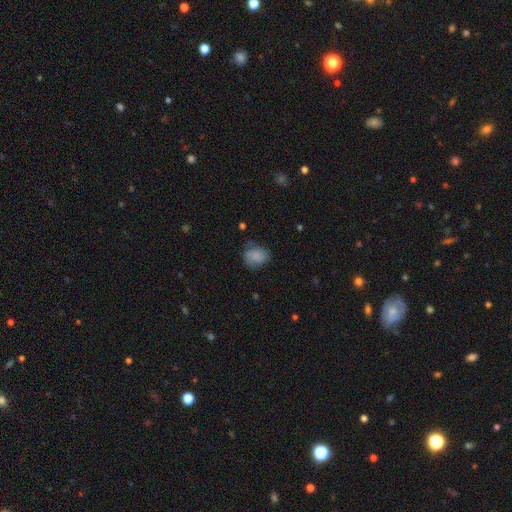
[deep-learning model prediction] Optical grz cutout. It shows a smooth galaxy with no disk features (76%) that is round (55%). Merging: none (57%).